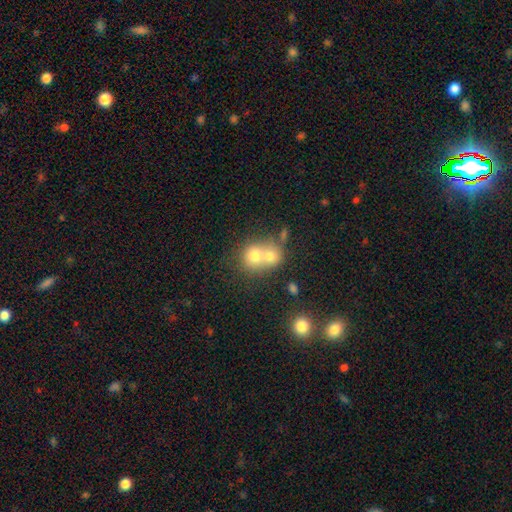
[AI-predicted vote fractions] Q: Smooth or featured?
A: smooth (69%); runner-up: featured or disk (20%)
Q: How rounded?
A: round (72%); runner-up: in between (27%)
Q: Merging?
A: merger (68%); runner-up: none (23%)